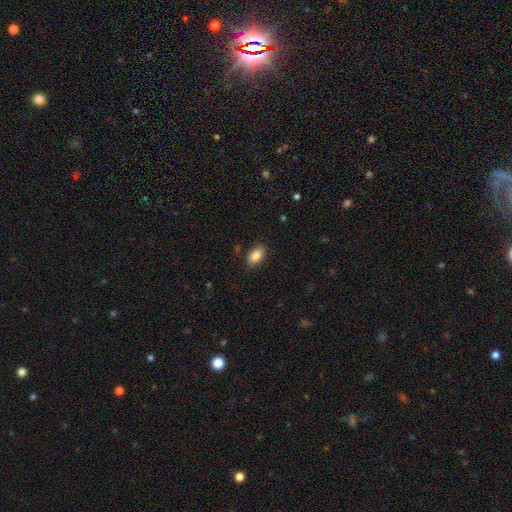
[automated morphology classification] Smooth or featured? Predicted: smooth (p=0.86). How rounded? Predicted: in between (p=0.92). Merging? Predicted: none (p=0.85).